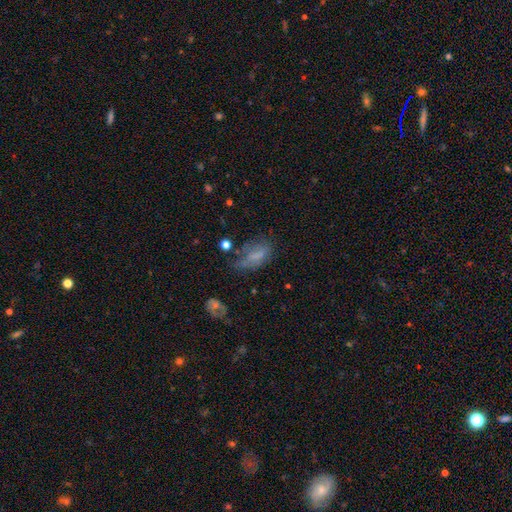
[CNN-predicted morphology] smooth-or-featured: smooth: 59% | featured or disk: 26% | star or artifact: 15%
  how-rounded: in between: 82% | cigar-shaped: 12% | round: 6%
  merging: none: 36% | minor disturbance: 30% | major disturbance: 28% | merger: 5%